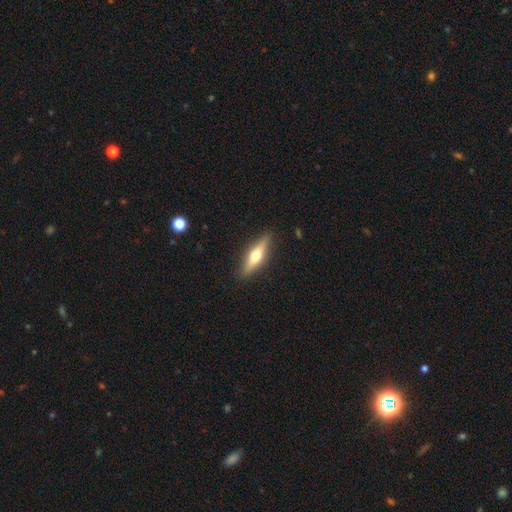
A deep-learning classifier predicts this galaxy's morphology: A featured or disk galaxy (50%).

Vote fractions:
- Smooth or featured? featured or disk: 50% / smooth: 44% / star or artifact: 6%
- Merging? none: 88% / minor disturbance: 9% / major disturbance: 2% / merger: 1%